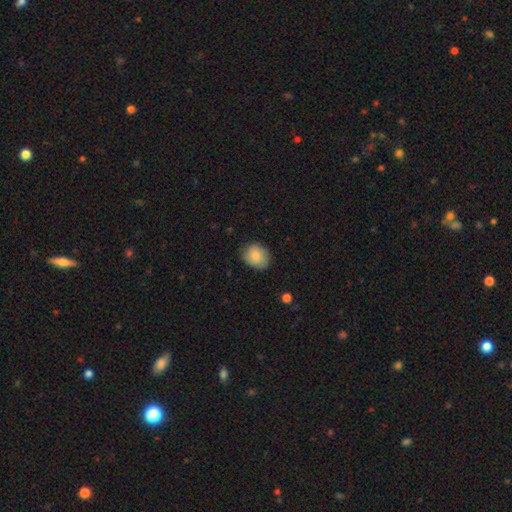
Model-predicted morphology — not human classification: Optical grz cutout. It shows a smooth galaxy with no disk features (81%) that is round (59%). Merging: none (74%).